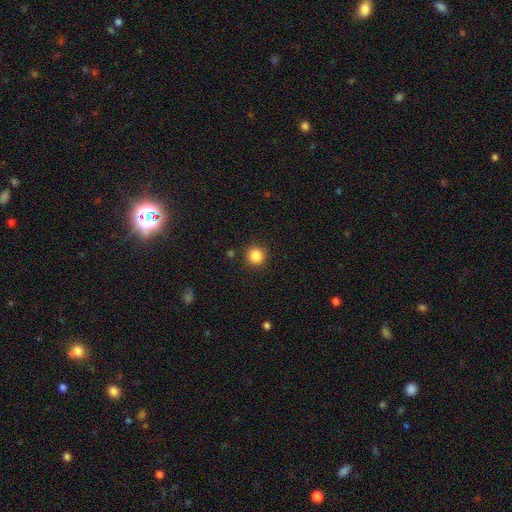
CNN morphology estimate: Smooth or featured: smooth — 86% (star or artifact — 11%)
How rounded: round — 93% (in between — 6%)
Merging: none — 90% (minor disturbance — 6%)